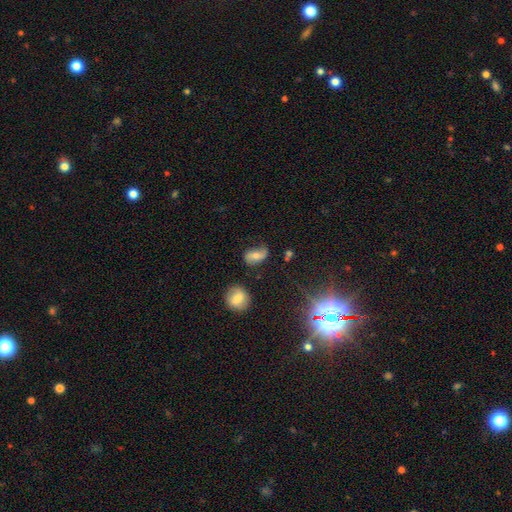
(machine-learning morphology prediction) smooth_or_featured: smooth (p=0.54) [alt: featured or disk p=0.33]
how_rounded: in between (p=0.83) [alt: round p=0.14]
merging: none (p=0.55) [alt: minor disturbance p=0.28]